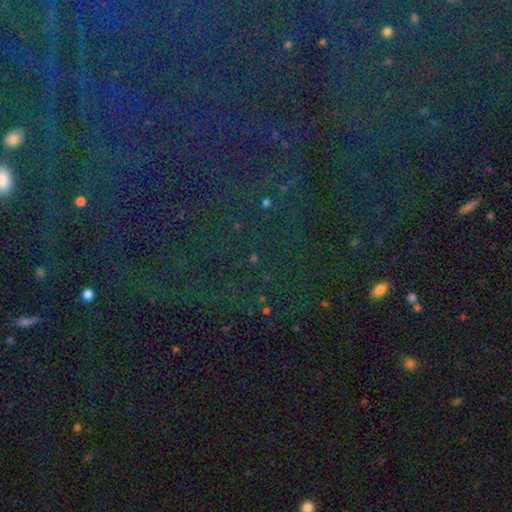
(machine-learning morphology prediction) A star or artifact, not a galaxy (83%).

Vote fractions:
- Smooth or featured? star or artifact: 83% / smooth: 10% / featured or disk: 7%